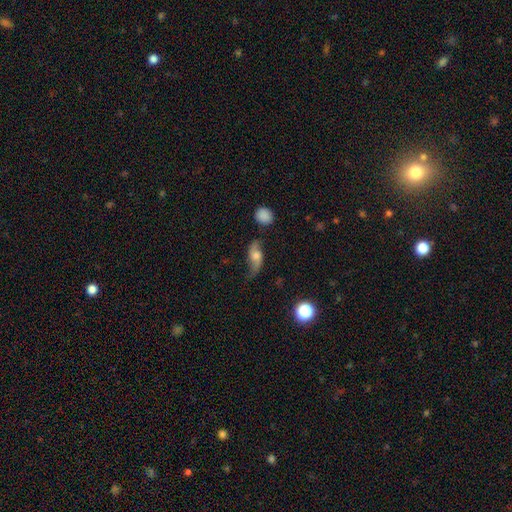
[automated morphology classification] This is likely a featured or disk galaxy (61%). It is clearly not viewed edge-on (84%). Bar: likely no (66%). Spiral arm pattern: clearly yes (89%). Central bulge: possibly moderate (51%). Merging: possibly none (56%).